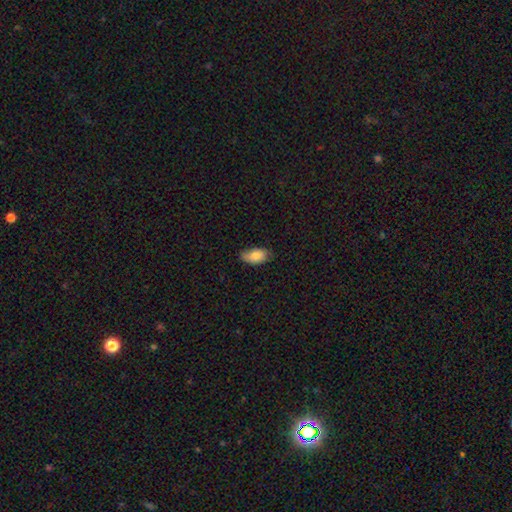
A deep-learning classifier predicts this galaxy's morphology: Smooth or featured? Predicted: smooth (p=0.79). How rounded? Predicted: in between (p=0.93). Merging? Predicted: none (p=0.71).